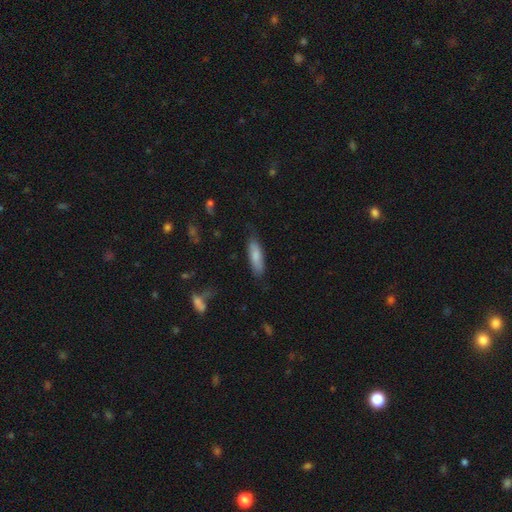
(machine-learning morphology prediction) This appears to be a smooth galaxy with no disk features (79%) that is cigar-shaped (54%). Merging: none (75%).